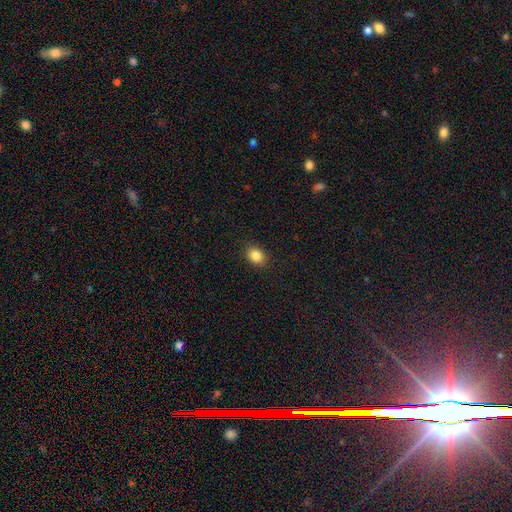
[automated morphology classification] type=smooth (85%); roundness=in between (62%); merging=none (90%).